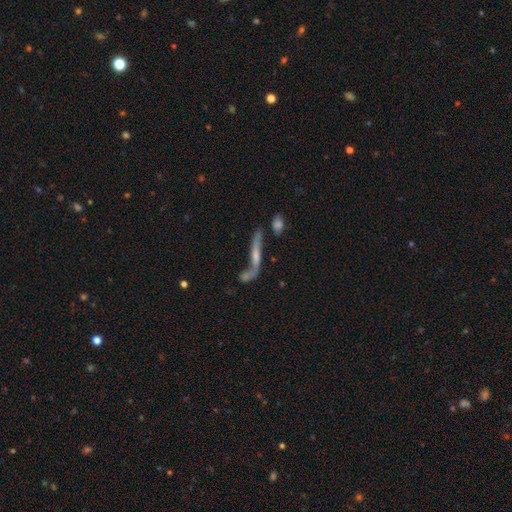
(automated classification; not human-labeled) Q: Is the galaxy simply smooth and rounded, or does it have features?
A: featured or disk — 65%.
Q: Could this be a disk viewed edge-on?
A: yes — 55%.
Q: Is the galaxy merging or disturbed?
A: none — 39%.